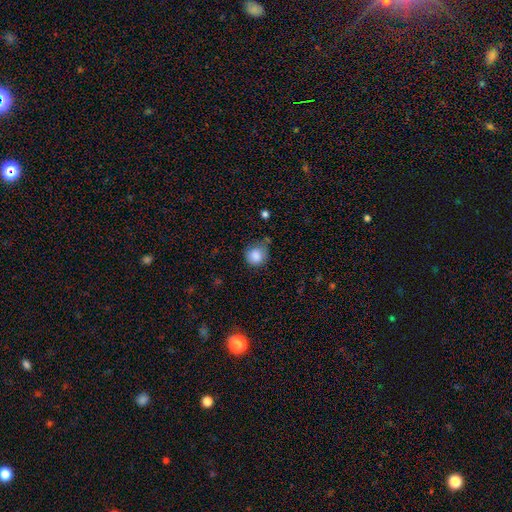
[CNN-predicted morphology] Q: Smooth or featured?
A: smooth (87%); runner-up: star or artifact (9%)
Q: How rounded?
A: round (86%); runner-up: in between (13%)
Q: Merging?
A: none (62%); runner-up: minor disturbance (28%)